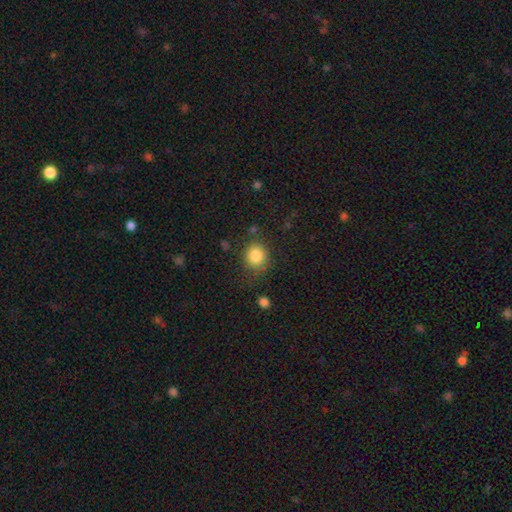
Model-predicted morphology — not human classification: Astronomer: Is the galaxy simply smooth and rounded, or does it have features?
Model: smooth — 85%.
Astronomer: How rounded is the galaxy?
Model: round — 81%.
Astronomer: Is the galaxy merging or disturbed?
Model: none — 78%.